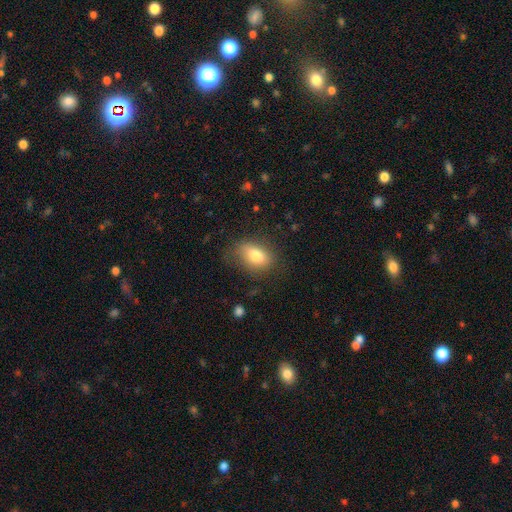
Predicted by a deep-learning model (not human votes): This is likely a smooth galaxy (79%). How rounded: clearly in between (82%). Merging: likely none (70%).